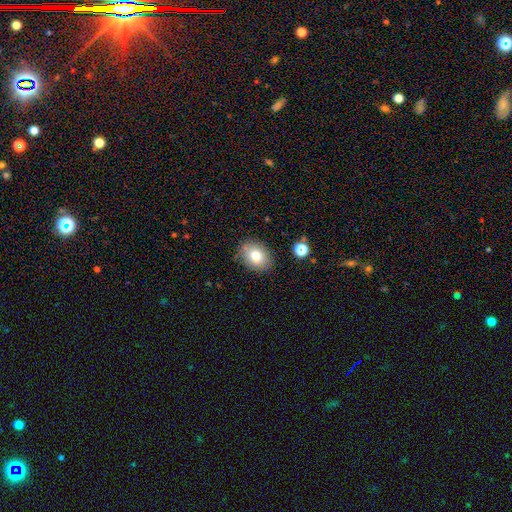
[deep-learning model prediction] Smooth or featured: smooth — 78% (featured or disk — 12%)
How rounded: in between — 65% (round — 34%)
Merging: none — 83% (minor disturbance — 12%)